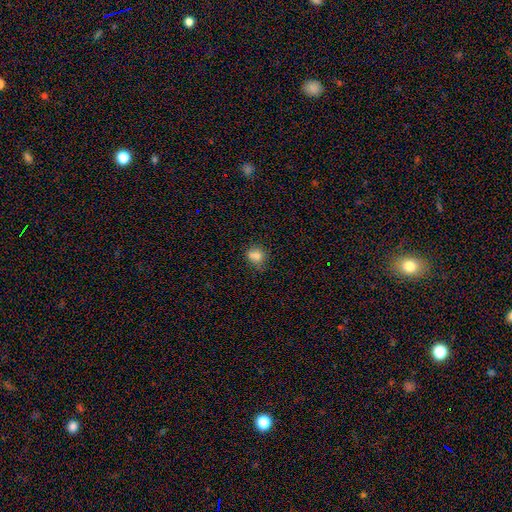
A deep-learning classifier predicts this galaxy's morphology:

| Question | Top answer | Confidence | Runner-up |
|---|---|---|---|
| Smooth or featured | smooth | 75% | star or artifact (15%) |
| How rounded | round | 68% | in between (30%) |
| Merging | none | 60% | minor disturbance (21%) |